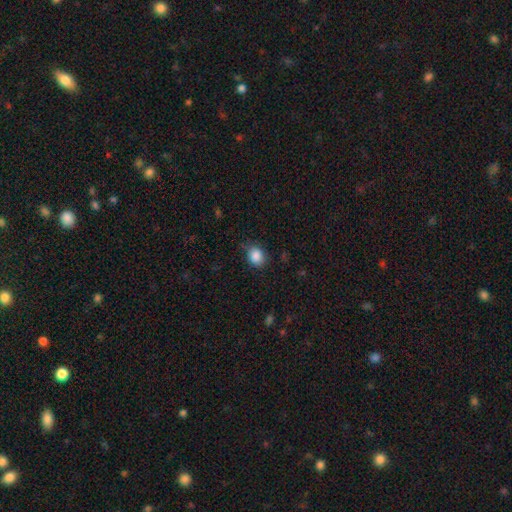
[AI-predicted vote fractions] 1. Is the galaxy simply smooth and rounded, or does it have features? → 87% smooth, 9% star or artifact, 4% featured or disk.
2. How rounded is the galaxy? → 53% round, 46% in between, 1% cigar-shaped.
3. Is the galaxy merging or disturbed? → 76% none, 18% minor disturbance, 4% major disturbance, 1% merger.